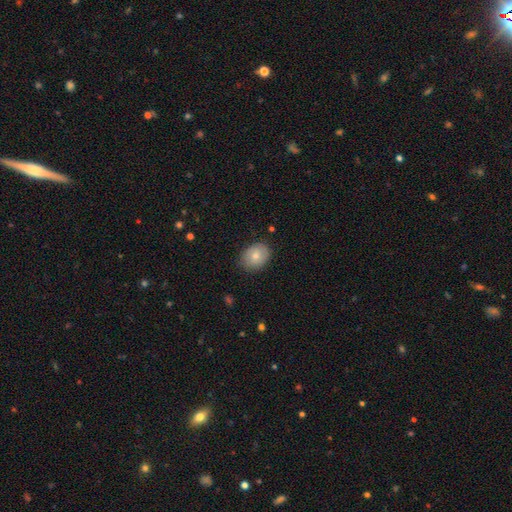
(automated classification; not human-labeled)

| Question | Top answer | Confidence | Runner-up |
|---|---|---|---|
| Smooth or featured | smooth | 71% | featured or disk (21%) |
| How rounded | in between | 58% | round (41%) |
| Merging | none | 81% | minor disturbance (15%) |